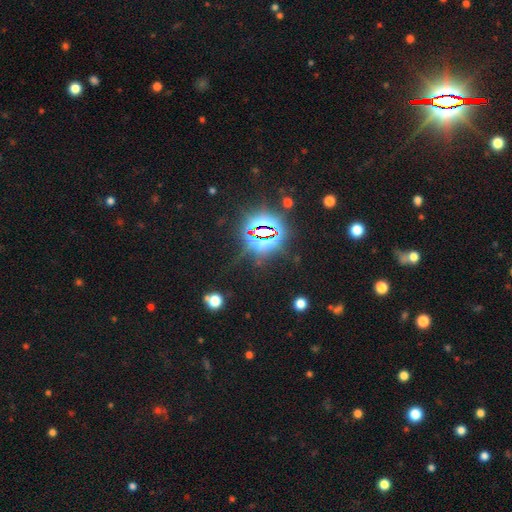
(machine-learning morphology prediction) Smooth or featured? star or artifact (84%)